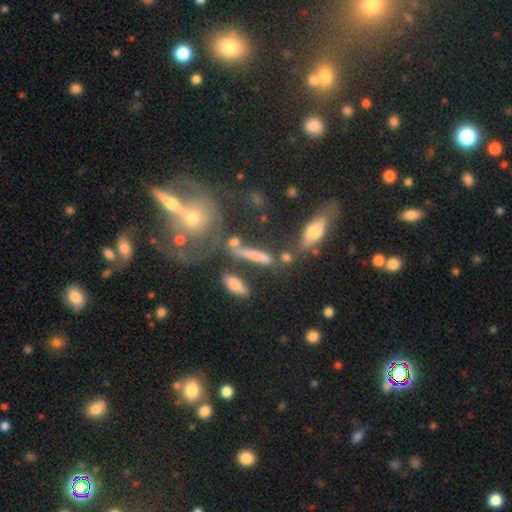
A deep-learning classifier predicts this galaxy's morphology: The model was most divided on "merging": none: 51%, merger: 22%, minor disturbance: 16%, major disturbance: 10%. More confident: how rounded — cigar-shaped (74%); smooth or featured — smooth (60%).